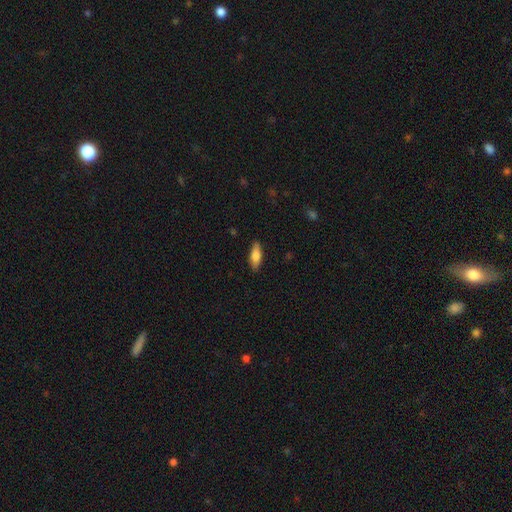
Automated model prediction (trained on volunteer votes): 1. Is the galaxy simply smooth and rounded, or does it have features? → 74% smooth, 20% featured or disk, 6% star or artifact.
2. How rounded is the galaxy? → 67% in between, 30% cigar-shaped, 2% round.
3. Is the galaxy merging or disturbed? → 88% none, 9% minor disturbance, 2% major disturbance, 1% merger.